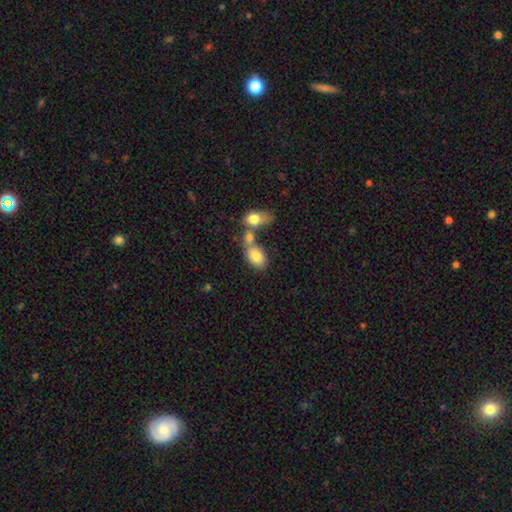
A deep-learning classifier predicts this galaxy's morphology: Overall: smooth (80%). How rounded: in between (88%). Merging: merger (52%; none 32%).